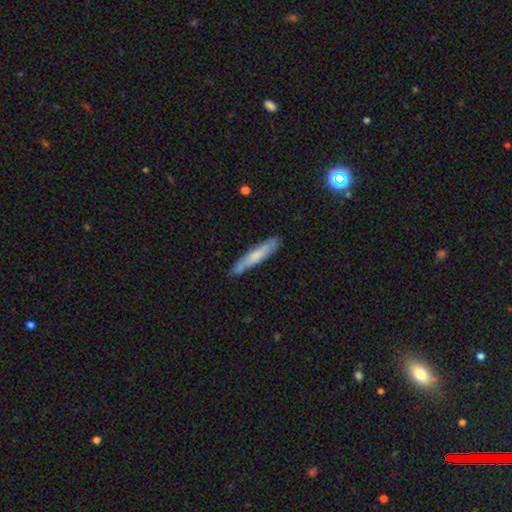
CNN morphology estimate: type=smooth (59%); roundness=cigar-shaped (90%); merging=none (78%).